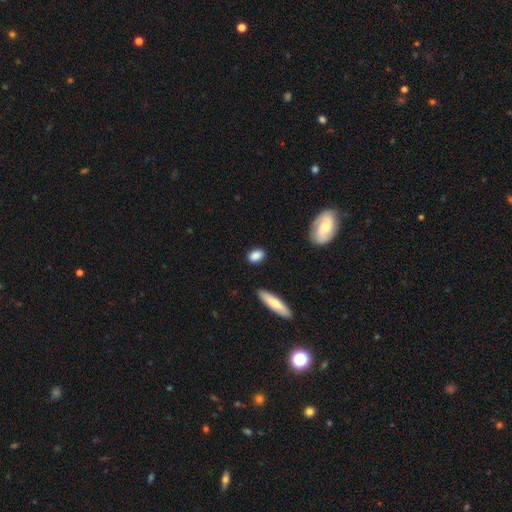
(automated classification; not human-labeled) Morphology: type=smooth (87%); roundness=in between (81%); merging=none (83%).